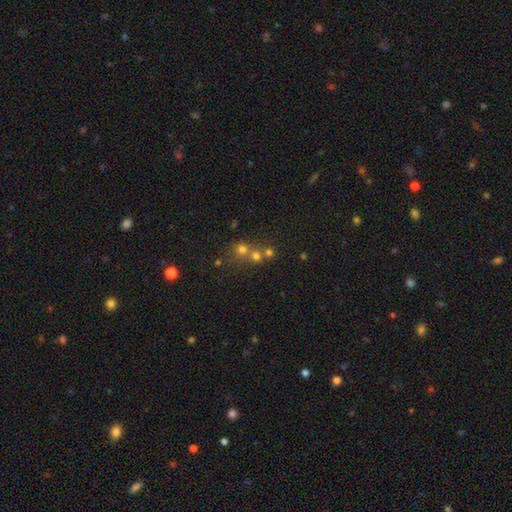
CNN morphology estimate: A smooth galaxy with no disk features (59%) that is round (87%).

Vote fractions:
- Smooth or featured? smooth: 59% / star or artifact: 27% / featured or disk: 14%
- How rounded? round: 87% / in between: 12% / cigar-shaped: 1%
- Merging? merger: 46% / none: 45% / minor disturbance: 5% / major disturbance: 3%